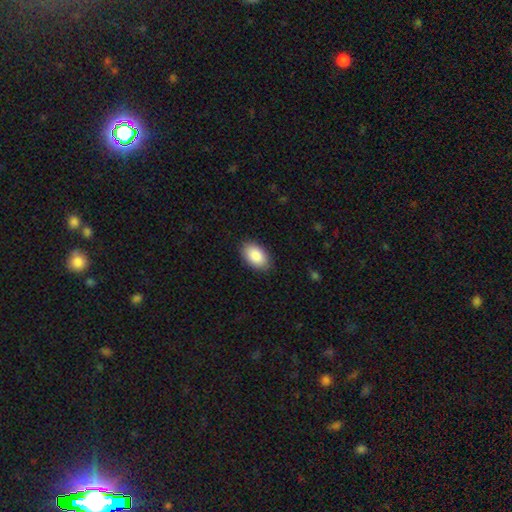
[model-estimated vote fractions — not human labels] Morphology: type=smooth (89%); roundness=in between (93%); merging=none (87%).